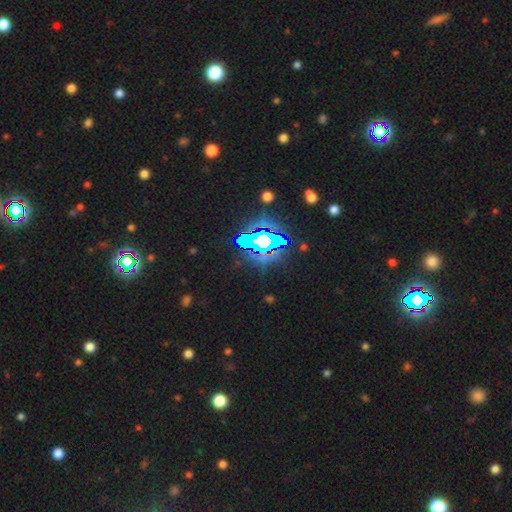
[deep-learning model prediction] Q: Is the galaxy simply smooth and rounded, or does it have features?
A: star or artifact — 80%.